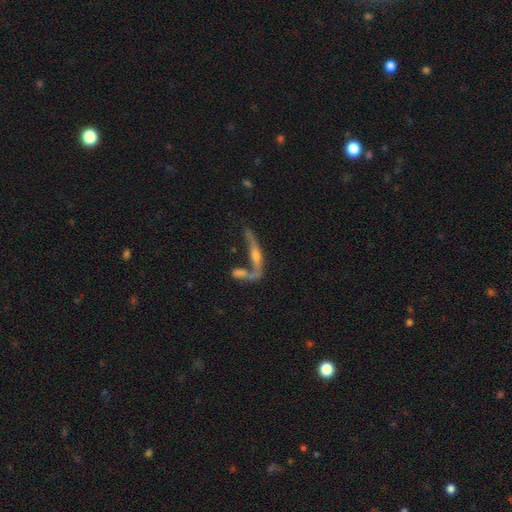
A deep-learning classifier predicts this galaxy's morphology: smooth_or_featured: featured or disk (p=0.56) [alt: star or artifact p=0.24]
disk_edge_on: no (p=0.74) [alt: yes p=0.26]
merging: merger (p=0.39) [alt: none p=0.33]